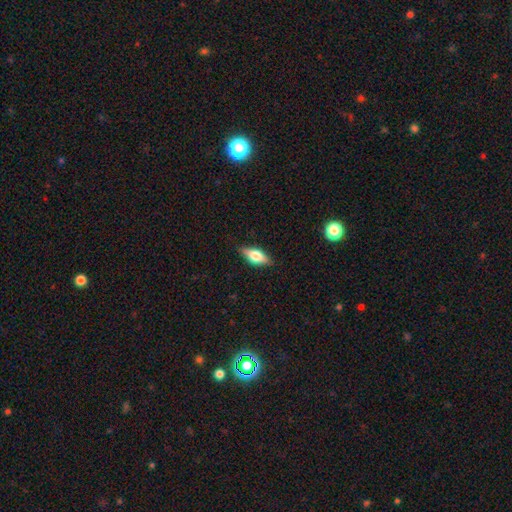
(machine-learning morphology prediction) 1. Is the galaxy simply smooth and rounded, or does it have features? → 56% smooth, 37% featured or disk, 7% star or artifact.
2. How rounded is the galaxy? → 76% in between, 20% cigar-shaped, 4% round.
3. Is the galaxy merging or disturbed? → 85% none, 12% minor disturbance, 2% major disturbance, 1% merger.